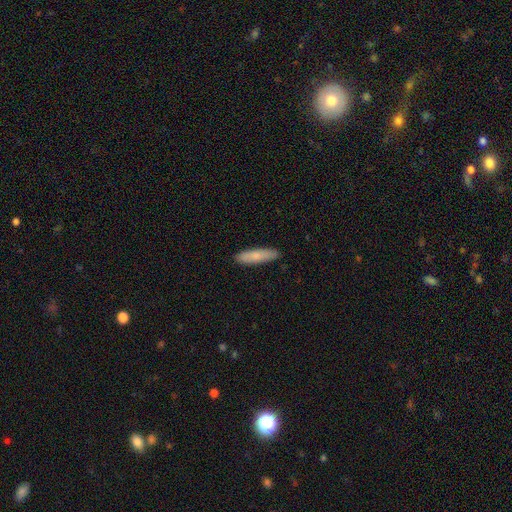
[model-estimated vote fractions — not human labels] A smooth galaxy with no disk features (80%) that is cigar-shaped (74%).

Vote fractions:
- Smooth or featured? smooth: 80% / featured or disk: 15% / star or artifact: 5%
- How rounded? cigar-shaped: 74% / in between: 25% / round: 2%
- Merging? none: 88% / minor disturbance: 9% / major disturbance: 2% / merger: 1%